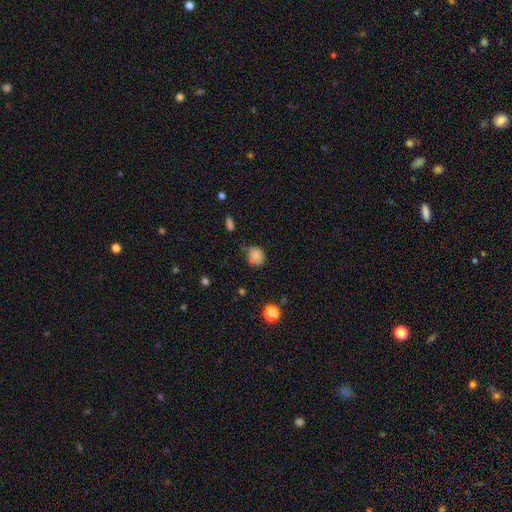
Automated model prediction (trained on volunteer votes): A smooth galaxy with no disk features (82%) that is round (71%). Merging: none (70%).